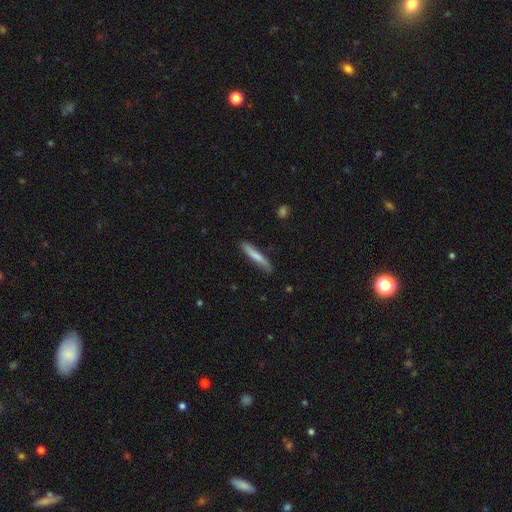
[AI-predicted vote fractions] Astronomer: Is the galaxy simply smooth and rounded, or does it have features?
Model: smooth — 75%.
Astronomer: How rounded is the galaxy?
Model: cigar-shaped — 92%.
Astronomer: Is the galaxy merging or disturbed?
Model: none — 82%.